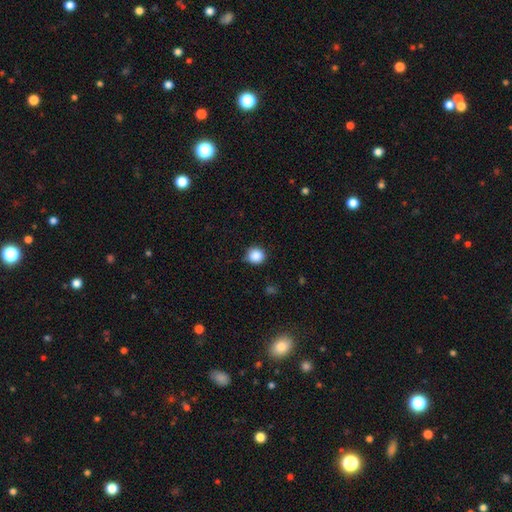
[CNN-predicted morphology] Q: Smooth or featured?
A: smooth (87%); runner-up: star or artifact (10%)
Q: How rounded?
A: round (91%); runner-up: in between (8%)
Q: Merging?
A: none (81%); runner-up: minor disturbance (15%)